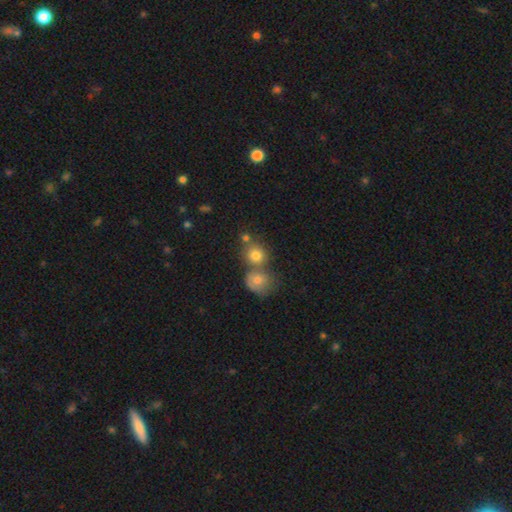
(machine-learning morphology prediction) type=smooth (75%); roundness=round (78%); merging=merger (43%, tied with none).